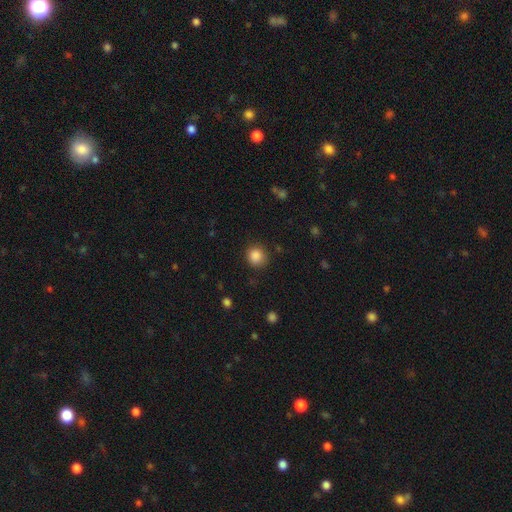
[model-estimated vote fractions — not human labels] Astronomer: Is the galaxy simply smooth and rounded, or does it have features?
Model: smooth — 86%.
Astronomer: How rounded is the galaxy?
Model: round — 86%.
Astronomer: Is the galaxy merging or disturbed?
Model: none — 84%.